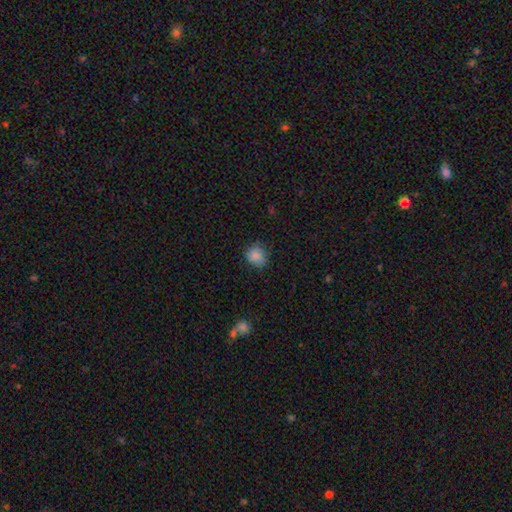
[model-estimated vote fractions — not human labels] Overall: smooth (84%). How rounded: round (75%). Merging: none (73%).